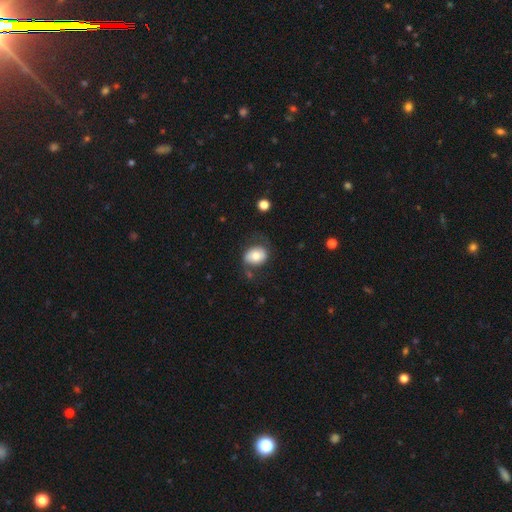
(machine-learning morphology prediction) smooth 69%, featured or disk 23%, star or artifact 7%. Down the decision tree: how rounded — in between (64%); merging — none (61%).